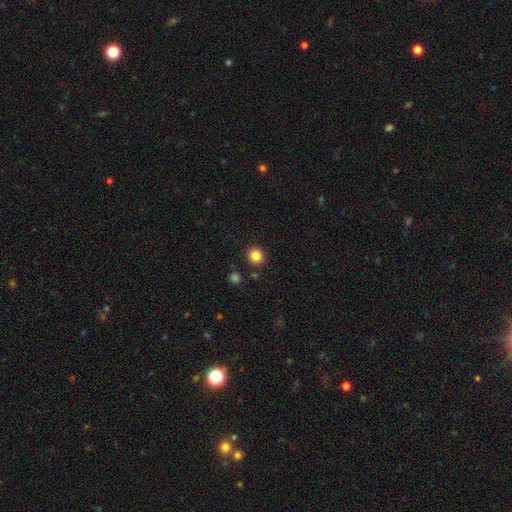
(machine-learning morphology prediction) smooth-or-featured: smooth: 84% | star or artifact: 11% | featured or disk: 4%
  how-rounded: round: 88% | in between: 11% | cigar-shaped: 1%
  merging: none: 90% | minor disturbance: 6% | merger: 3% | major disturbance: 2%